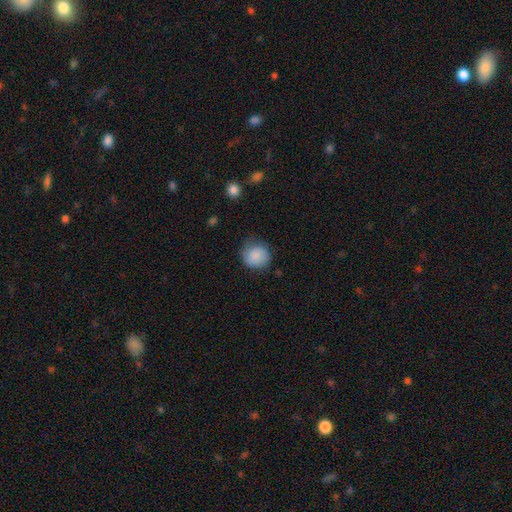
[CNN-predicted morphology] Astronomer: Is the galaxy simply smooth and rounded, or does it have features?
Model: smooth — 83%.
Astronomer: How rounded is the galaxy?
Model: round — 85%.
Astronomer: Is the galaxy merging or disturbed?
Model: none — 68%.